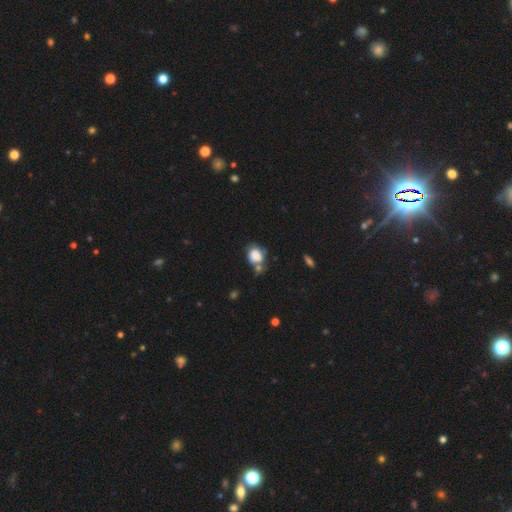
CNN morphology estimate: smooth_or_featured: smooth (p=0.78) [alt: featured or disk p=0.12]
how_rounded: round (p=0.52) [alt: in between p=0.47]
merging: none (p=0.37) [alt: merger p=0.29]